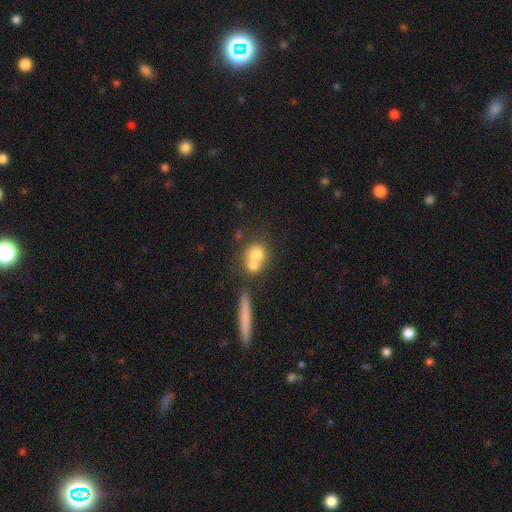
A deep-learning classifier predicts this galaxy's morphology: Smooth or featured? smooth (69%)
How rounded? round (73%)
Merging? merger (51%)